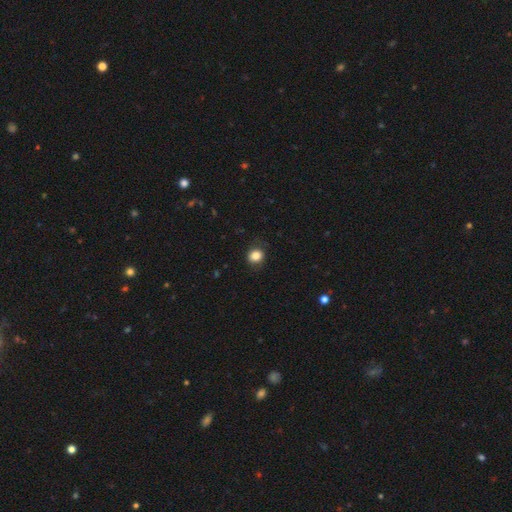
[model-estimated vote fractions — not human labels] smooth 84%, star or artifact 10%, featured or disk 6%. Down the decision tree: how rounded — round (76%); merging — none (82%).